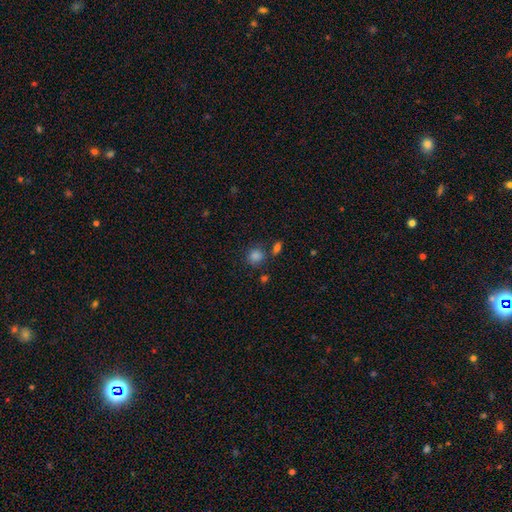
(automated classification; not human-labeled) smooth-or-featured: smooth: 82% | star or artifact: 13% | featured or disk: 5%
  how-rounded: round: 82% | in between: 17% | cigar-shaped: 1%
  merging: none: 72% | minor disturbance: 12% | merger: 11% | major disturbance: 5%